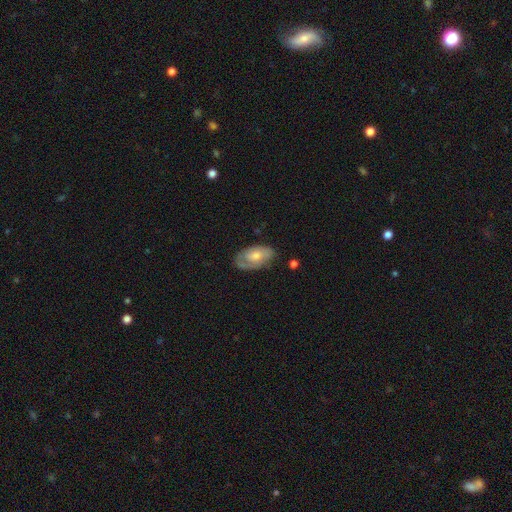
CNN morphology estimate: A featured or disk galaxy (54%).

Vote fractions:
- Smooth or featured? featured or disk: 54% / smooth: 40% / star or artifact: 7%
- Edge-on disk? no: 92% / yes: 8%
- Merging? none: 70% / minor disturbance: 22% / major disturbance: 7% / merger: 2%